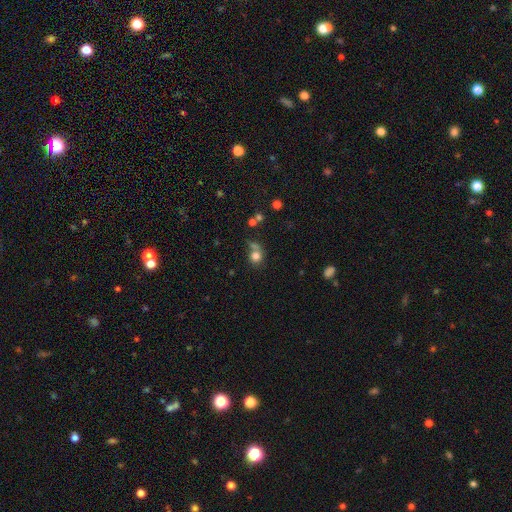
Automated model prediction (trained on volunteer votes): Smooth or featured? Predicted: smooth (p=0.77). How rounded? Predicted: round (p=0.78). Merging? Predicted: none (p=0.49).